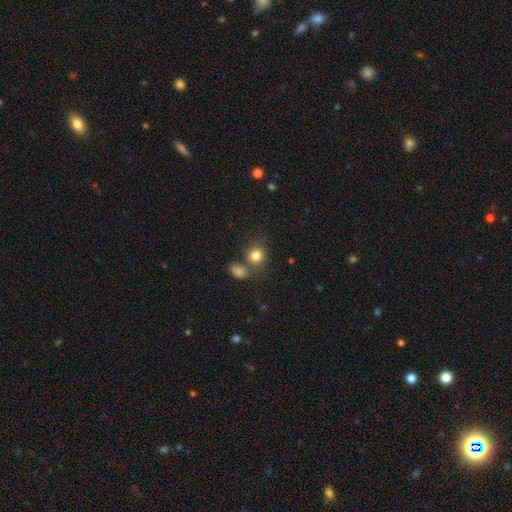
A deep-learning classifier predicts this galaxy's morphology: A smooth galaxy with no disk features (82%) that is round (75%). Merging: none (58%).